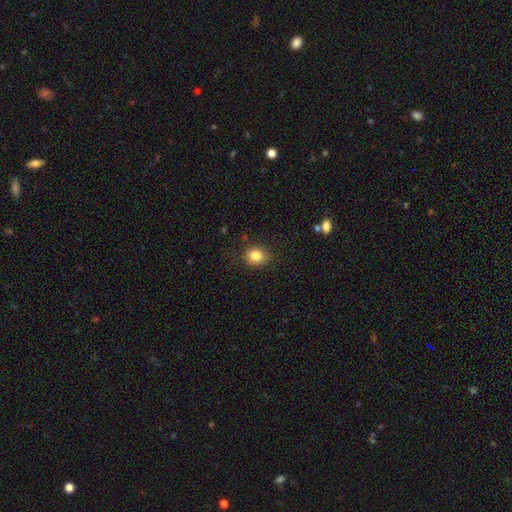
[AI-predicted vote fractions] Q: Smooth or featured?
A: smooth (83%); runner-up: star or artifact (10%)
Q: How rounded?
A: round (59%); runner-up: in between (40%)
Q: Merging?
A: none (84%); runner-up: minor disturbance (12%)